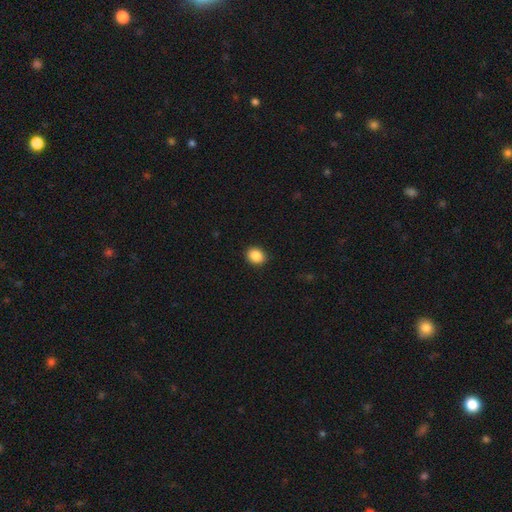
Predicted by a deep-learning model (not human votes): Smooth or featured? smooth (88%)
How rounded? round (57%)
Merging? none (90%)